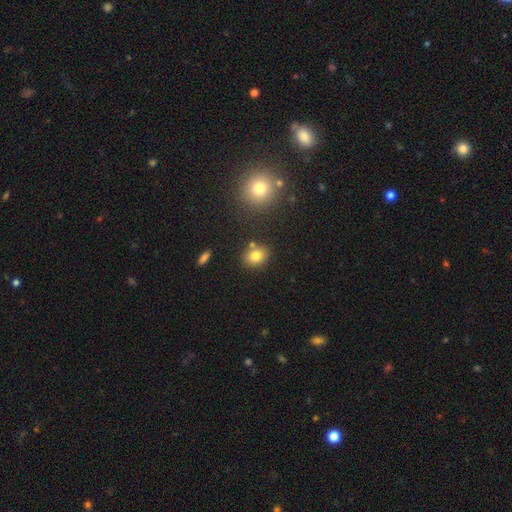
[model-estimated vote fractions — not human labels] Smooth or featured? smooth (80%)
How rounded? round (51%)
Merging? none (76%)